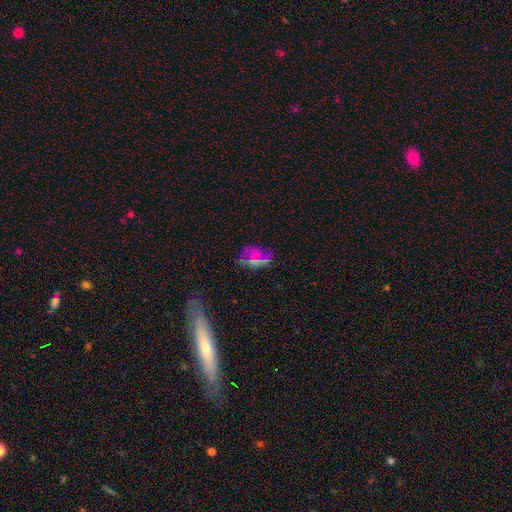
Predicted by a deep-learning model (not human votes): Q: Smooth or featured?
A: smooth (45%); runner-up: featured or disk (32%)
Q: Merging?
A: none (46%); runner-up: minor disturbance (25%)